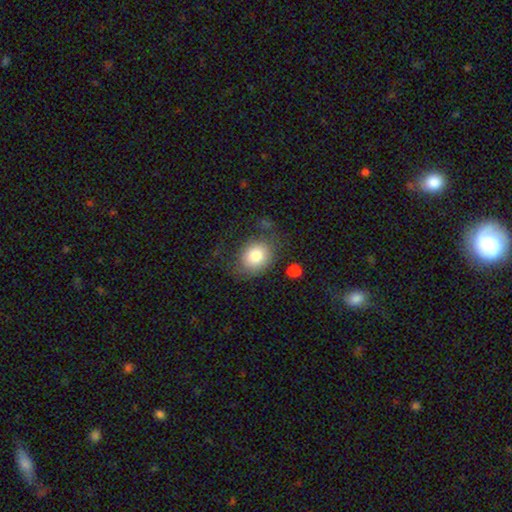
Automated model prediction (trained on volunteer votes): smooth-or-featured: smooth: 79% | featured or disk: 12% | star or artifact: 8%
  how-rounded: round: 55% | in between: 45% | cigar-shaped: 1%
  merging: none: 64% | minor disturbance: 20% | major disturbance: 13% | merger: 3%